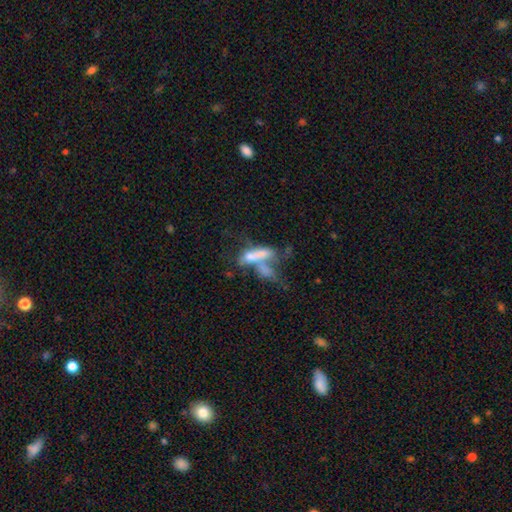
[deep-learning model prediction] Overall: smooth (51%; featured or disk 37%). How rounded: in between (54%; cigar-shaped 41%). Merging: merger (61%).